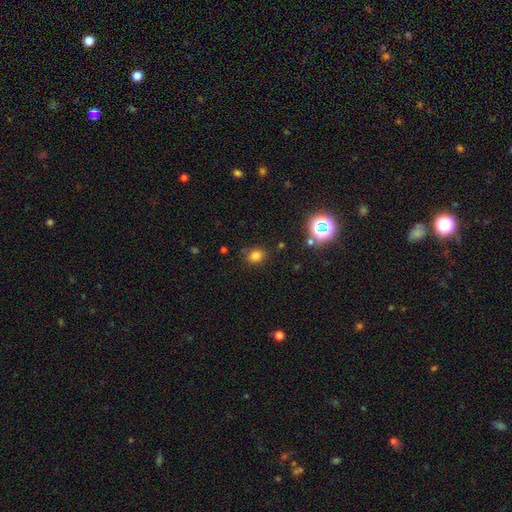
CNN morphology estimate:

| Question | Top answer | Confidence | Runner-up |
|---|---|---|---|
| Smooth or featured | smooth | 77% | star or artifact (17%) |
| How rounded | round | 65% | in between (34%) |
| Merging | none | 80% | minor disturbance (13%) |